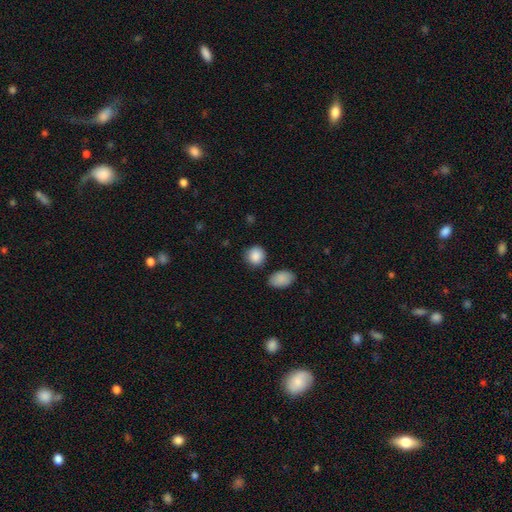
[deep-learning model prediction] Smooth or featured: smooth — 89% (star or artifact — 7%)
How rounded: round — 79% (in between — 20%)
Merging: none — 81% (minor disturbance — 11%)